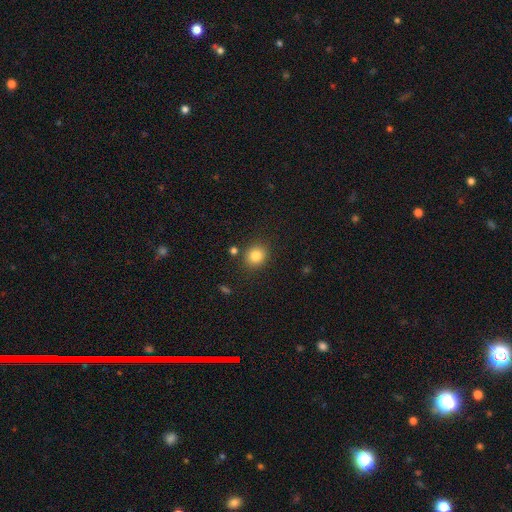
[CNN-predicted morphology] The model was most divided on "how rounded": round: 80%, in between: 19%, cigar-shaped: 1%. More confident: merging — none (85%); smooth or featured — smooth (84%).